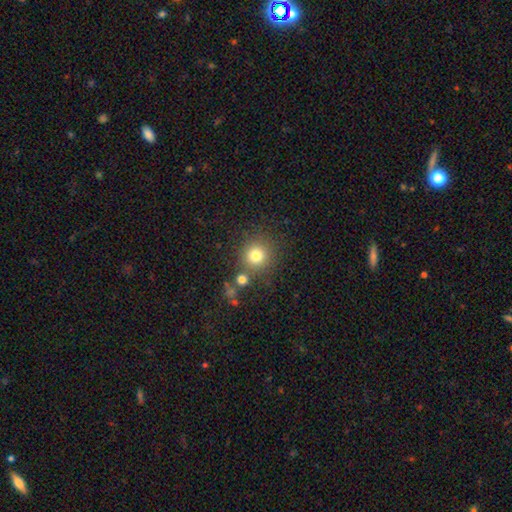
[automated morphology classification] type=smooth (78%); roundness=round (93%); merging=none (78%).